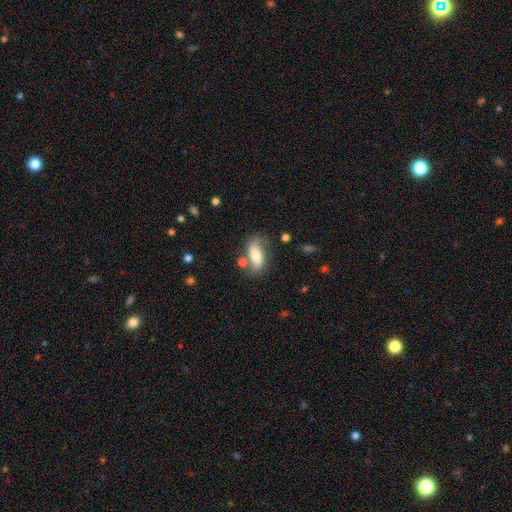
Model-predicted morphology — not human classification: The model was most divided on "smooth or featured": smooth: 59%, featured or disk: 33%, star or artifact: 7%. More confident: how rounded — in between (83%); merging — none (60%).